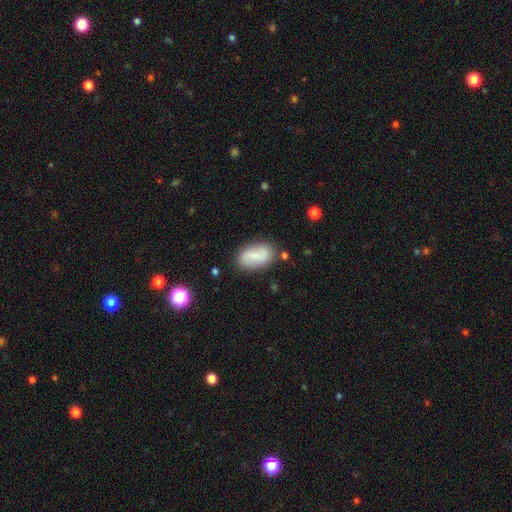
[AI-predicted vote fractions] Morphology: type=smooth (58%); roundness=in between (92%); merging=none (79%).